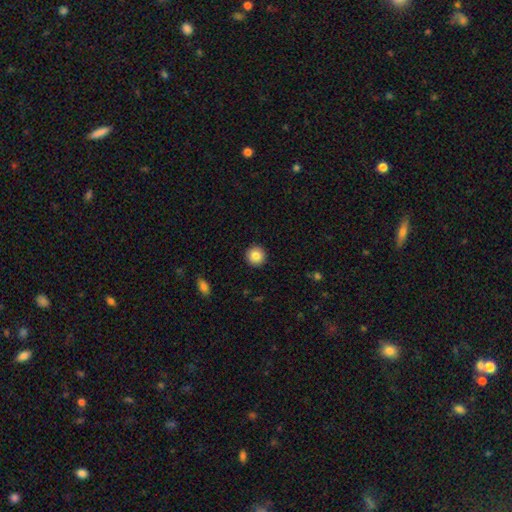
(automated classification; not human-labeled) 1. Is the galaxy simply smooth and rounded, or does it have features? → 85% smooth, 9% star or artifact, 6% featured or disk.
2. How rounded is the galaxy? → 95% round, 4% in between, 1% cigar-shaped.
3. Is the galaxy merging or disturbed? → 93% none, 5% minor disturbance, 1% major disturbance, 1% merger.